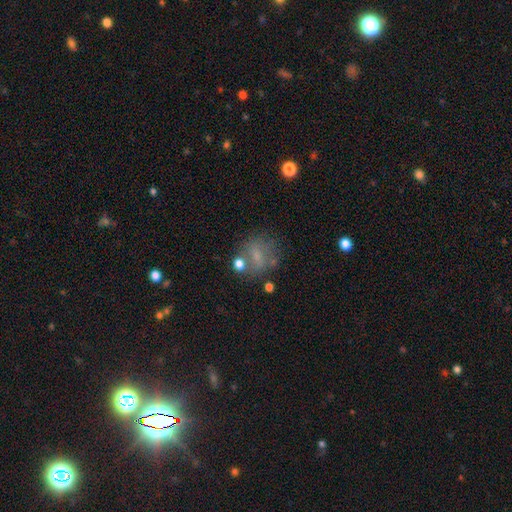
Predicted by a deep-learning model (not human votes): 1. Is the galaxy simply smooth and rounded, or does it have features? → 55% smooth, 26% featured or disk, 19% star or artifact.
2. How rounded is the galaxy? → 62% round, 34% in between, 3% cigar-shaped.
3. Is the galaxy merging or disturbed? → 62% none, 17% minor disturbance, 11% major disturbance, 9% merger.